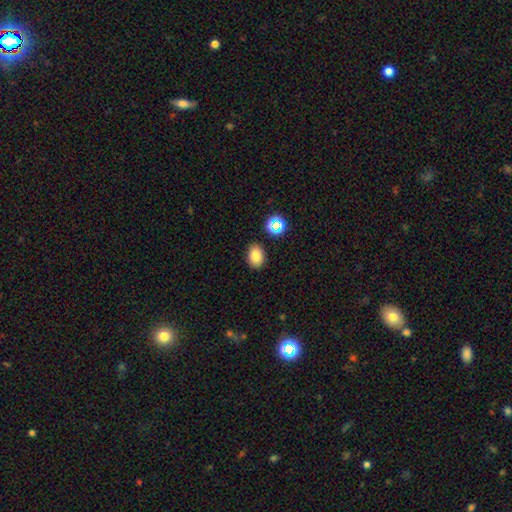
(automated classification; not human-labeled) smooth 80%, star or artifact 13%, featured or disk 8%. Down the decision tree: how rounded — in between (71%); merging — none (85%).